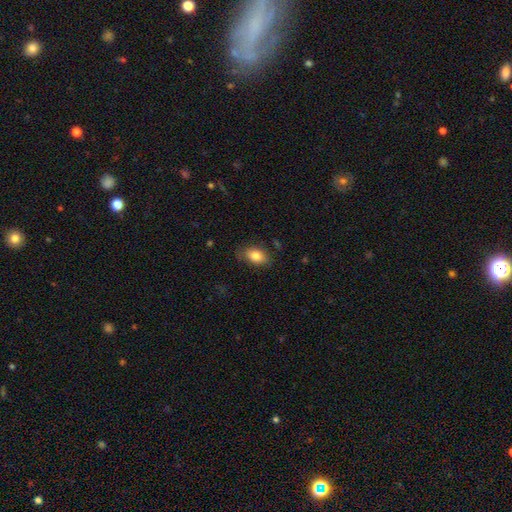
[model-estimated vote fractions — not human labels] Smooth or featured? Predicted: smooth (p=0.83). How rounded? Predicted: in between (p=0.88). Merging? Predicted: none (p=0.77).